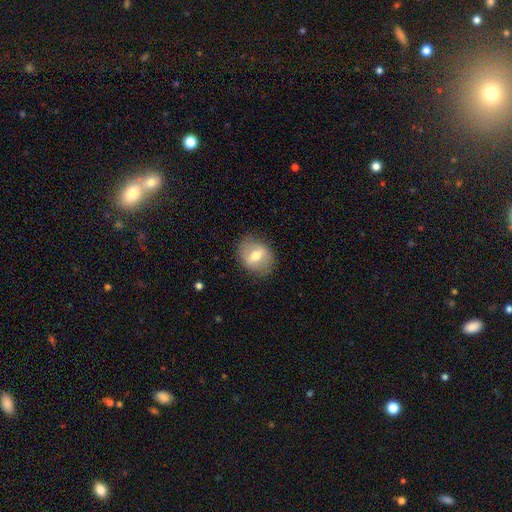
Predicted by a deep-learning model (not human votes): Smooth or featured?
  - smooth: 49% *
  - featured or disk: 43%
  - star or artifact: 8%
Merging?
  - none: 83% *
  - minor disturbance: 12%
  - major disturbance: 4%
  - merger: 1%